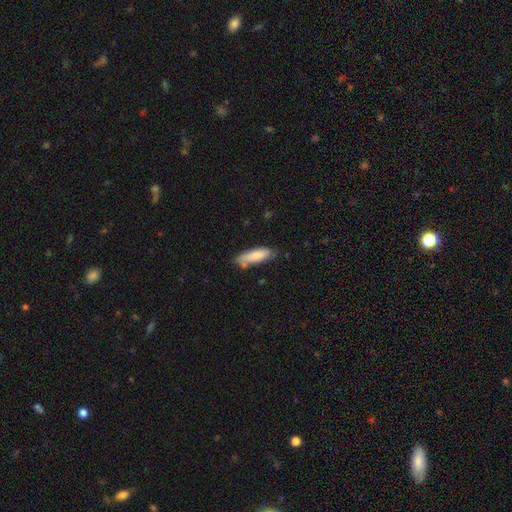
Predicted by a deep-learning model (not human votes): This is likely a smooth galaxy (79%). How rounded: possibly cigar-shaped (54%). Merging: likely none (67%).